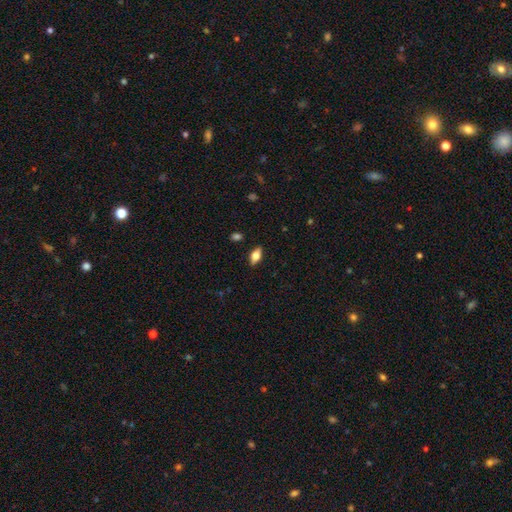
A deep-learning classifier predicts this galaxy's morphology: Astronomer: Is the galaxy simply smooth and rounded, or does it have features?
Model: smooth — 69%.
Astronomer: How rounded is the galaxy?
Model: in between — 87%.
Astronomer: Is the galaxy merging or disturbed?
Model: none — 87%.